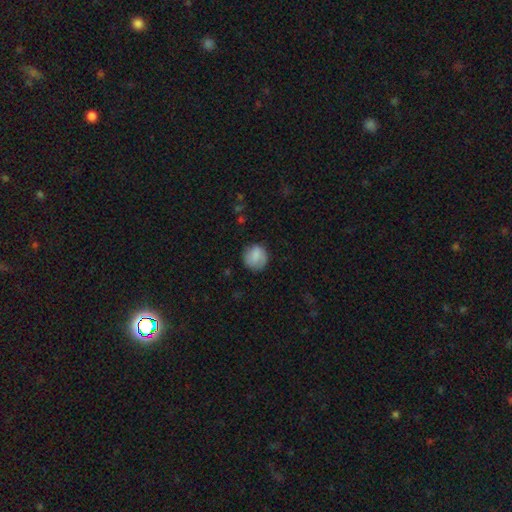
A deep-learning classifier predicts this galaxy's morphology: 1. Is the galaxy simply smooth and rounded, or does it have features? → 82% smooth, 11% featured or disk, 7% star or artifact.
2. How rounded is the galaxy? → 88% round, 11% in between, 1% cigar-shaped.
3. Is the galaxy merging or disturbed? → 79% none, 15% minor disturbance, 4% major disturbance, 1% merger.